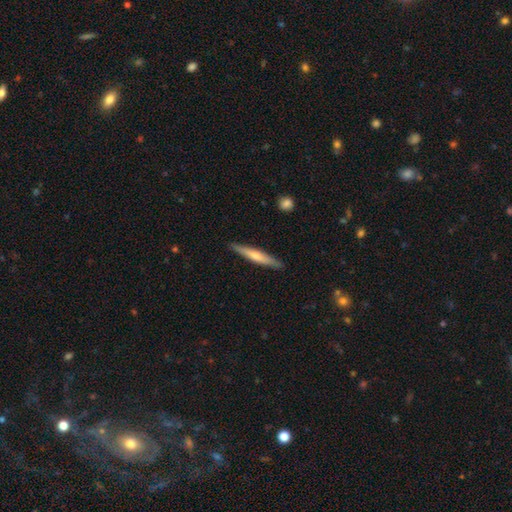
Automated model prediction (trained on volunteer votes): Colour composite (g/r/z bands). It shows a smooth galaxy with no disk features (51%) that is cigar-shaped (94%). Merging: none (90%).